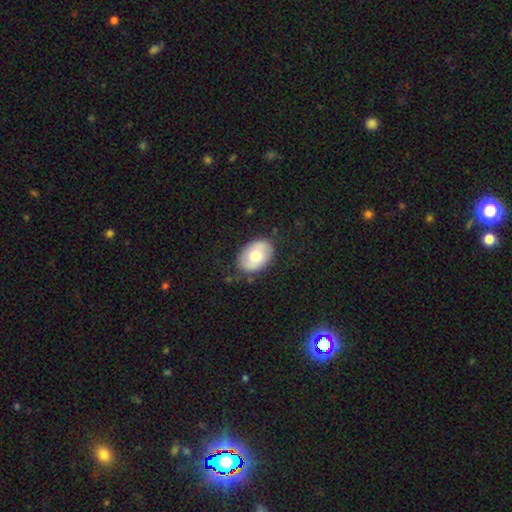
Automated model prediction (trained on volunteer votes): Smooth or featured: smooth — 60% (featured or disk — 34%)
How rounded: in between — 79% (round — 20%)
Merging: none — 82% (minor disturbance — 13%)